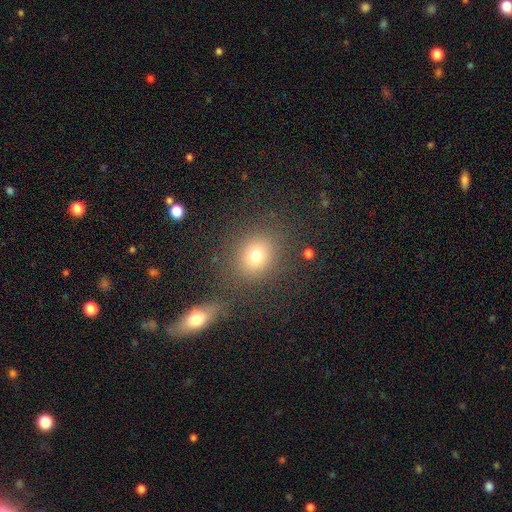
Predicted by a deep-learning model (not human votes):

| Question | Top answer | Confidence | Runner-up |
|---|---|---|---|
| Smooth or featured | smooth | 75% | star or artifact (15%) |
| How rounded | round | 71% | in between (28%) |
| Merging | none | 78% | minor disturbance (10%) |